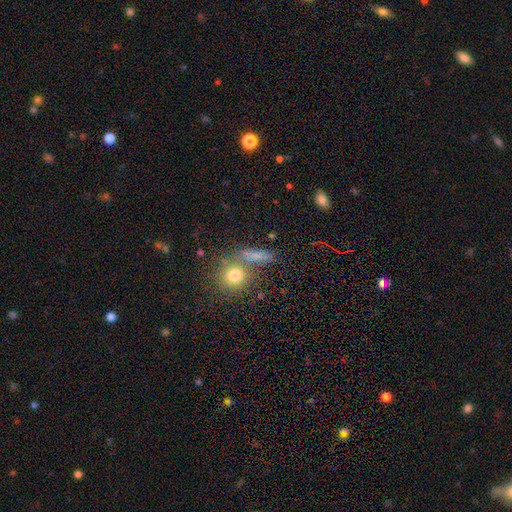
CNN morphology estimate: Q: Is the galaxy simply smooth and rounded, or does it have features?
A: smooth — 70%.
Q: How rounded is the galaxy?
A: round — 37%.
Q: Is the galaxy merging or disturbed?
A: none — 64%.